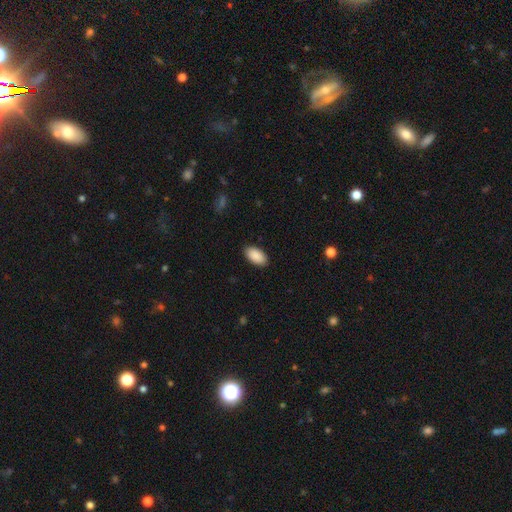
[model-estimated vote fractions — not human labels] Smooth or featured? Predicted: smooth (p=0.91). How rounded? Predicted: in between (p=0.95). Merging? Predicted: none (p=0.89).